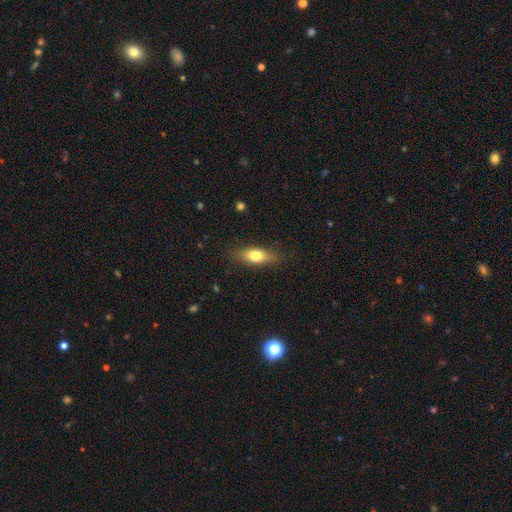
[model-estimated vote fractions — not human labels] Morphology: type=smooth (71%); roundness=in between (64%); merging=none (82%).